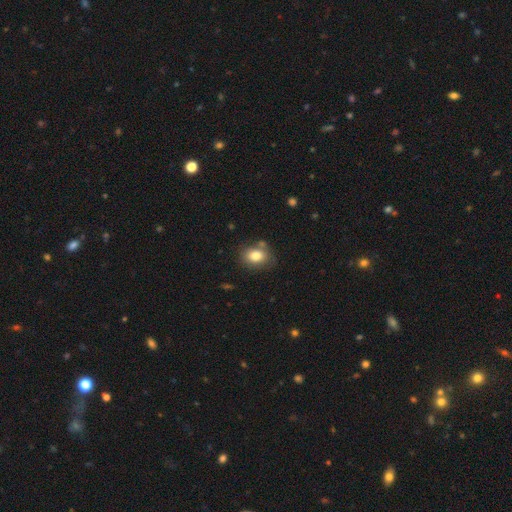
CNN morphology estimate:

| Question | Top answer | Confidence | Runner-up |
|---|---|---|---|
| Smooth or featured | smooth | 81% | featured or disk (10%) |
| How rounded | in between | 65% | round (34%) |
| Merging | none | 70% | minor disturbance (16%) |